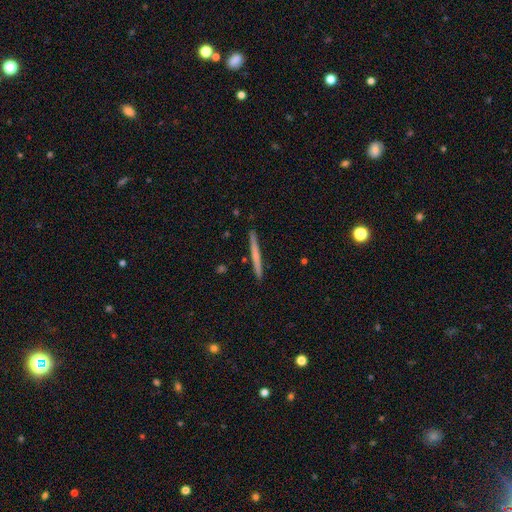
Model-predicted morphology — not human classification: A smooth galaxy with no disk features (54%) that is cigar-shaped (97%).

Vote fractions:
- Smooth or featured? smooth: 54% / featured or disk: 40% / star or artifact: 5%
- How rounded? cigar-shaped: 97% / in between: 2% / round: 1%
- Merging? none: 92% / minor disturbance: 6% / merger: 1% / major disturbance: 1%